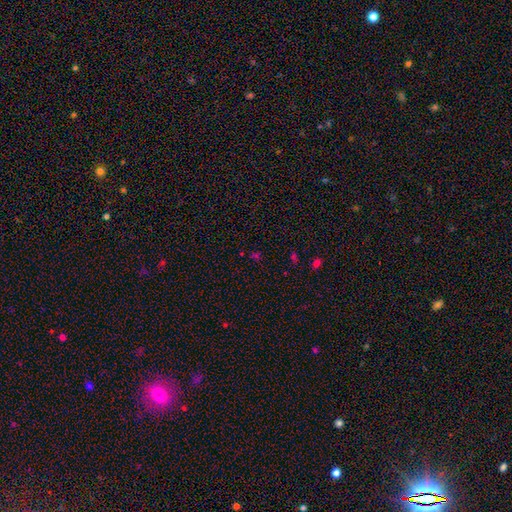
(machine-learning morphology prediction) This appears to be a star or artifact, not a galaxy (55%).